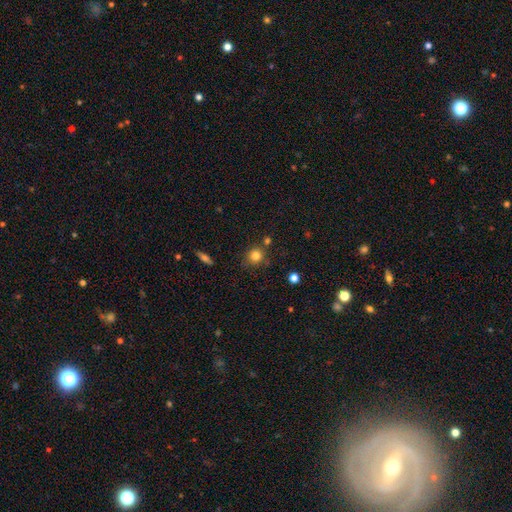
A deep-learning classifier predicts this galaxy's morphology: smooth 80%, star or artifact 13%, featured or disk 7%. Down the decision tree: how rounded — round (89%); merging — none (76%).